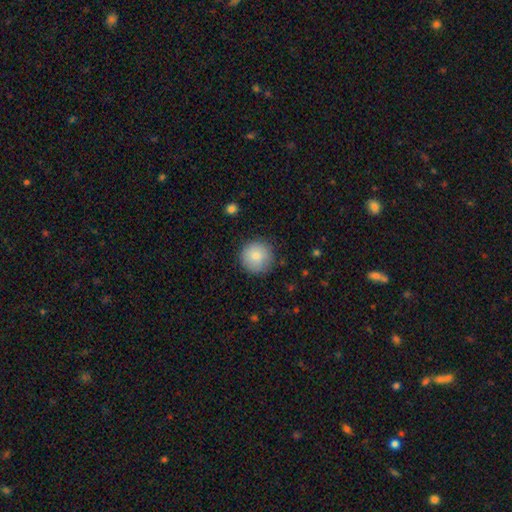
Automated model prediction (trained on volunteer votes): Smooth or featured? smooth (85%)
How rounded? round (95%)
Merging? none (87%)